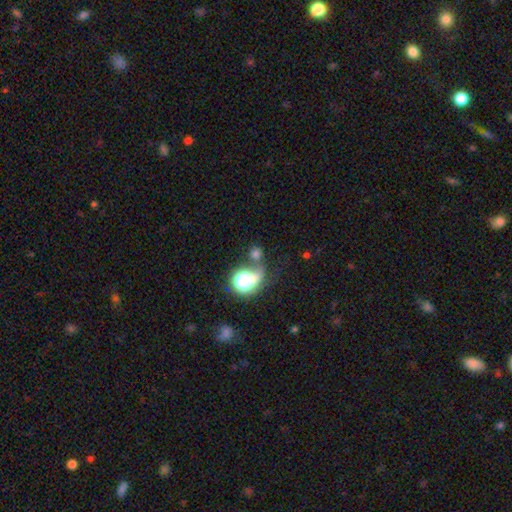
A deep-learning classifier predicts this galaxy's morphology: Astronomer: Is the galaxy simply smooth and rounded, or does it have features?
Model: smooth — 52% (runner-up: star or artifact, 32%).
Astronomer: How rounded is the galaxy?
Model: round — 66%.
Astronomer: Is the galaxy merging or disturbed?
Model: none — 43% (runner-up: merger, 29%).